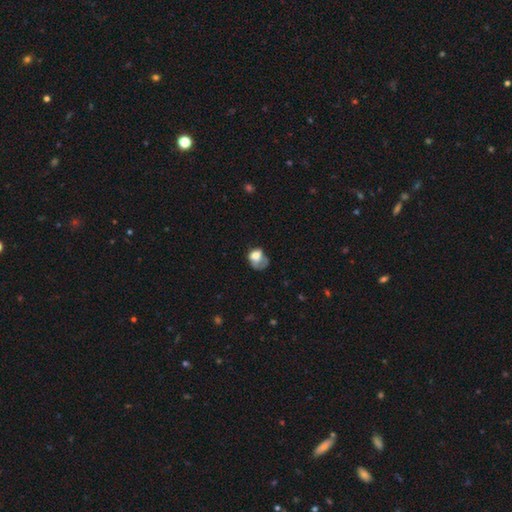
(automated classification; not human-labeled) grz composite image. It shows a smooth galaxy with no disk features (65%) that is in between round and cigar-shaped (54%). Merging: major disturbance (43%).